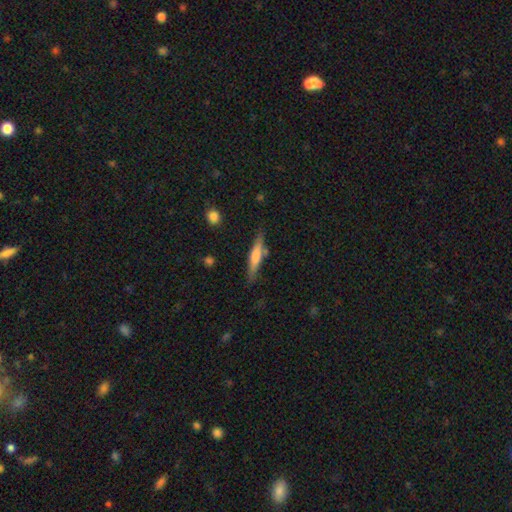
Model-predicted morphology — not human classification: type=smooth (54%); roundness=cigar-shaped (86%); merging=none (78%).